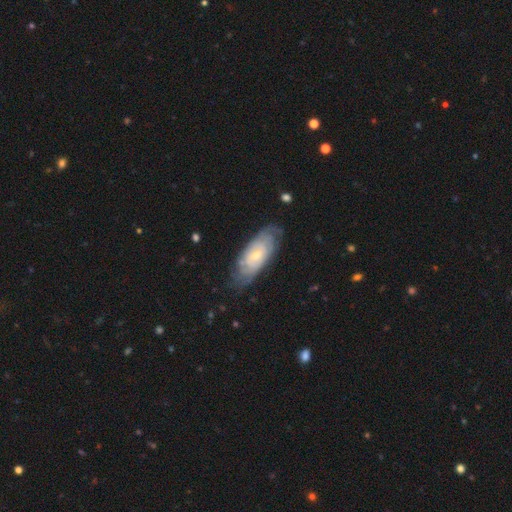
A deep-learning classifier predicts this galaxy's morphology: A featured or disk galaxy (71%) with no bar (63%), tight (73%) spiral arms (86%) and a small central bulge (64%). Merging: none (71%).